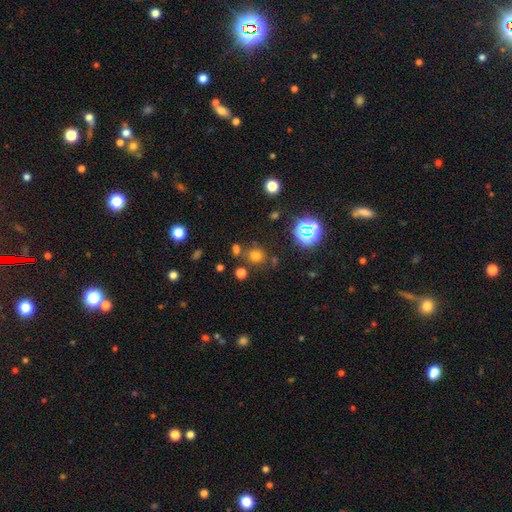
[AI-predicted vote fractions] Smooth or featured? Predicted: smooth (p=0.65). How rounded? Predicted: round (p=0.84). Merging? Predicted: none (p=0.74).